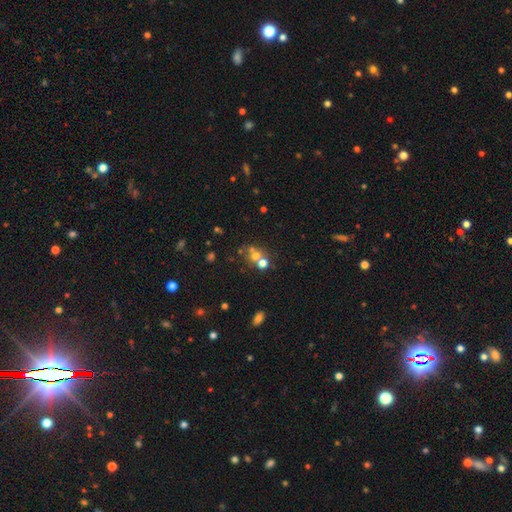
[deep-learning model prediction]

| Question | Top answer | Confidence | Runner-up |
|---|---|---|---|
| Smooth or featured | smooth | 56% | featured or disk (22%) |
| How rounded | round | 76% | in between (23%) |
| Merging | merger | 47% | none (40%) |